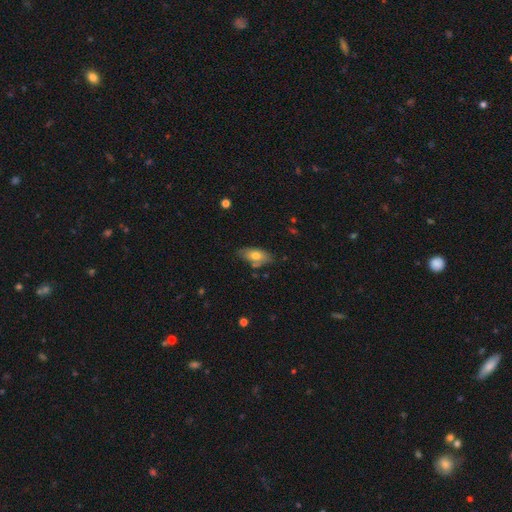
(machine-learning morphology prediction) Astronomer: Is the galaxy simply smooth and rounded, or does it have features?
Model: smooth — 69%.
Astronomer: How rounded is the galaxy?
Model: in between — 88%.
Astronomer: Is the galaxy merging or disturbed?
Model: none — 69%.